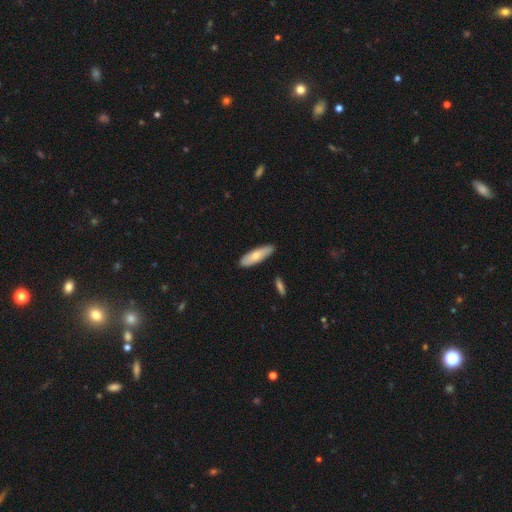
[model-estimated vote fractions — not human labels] Morphology: type=smooth (70%); roundness=cigar-shaped (51%); merging=none (84%).